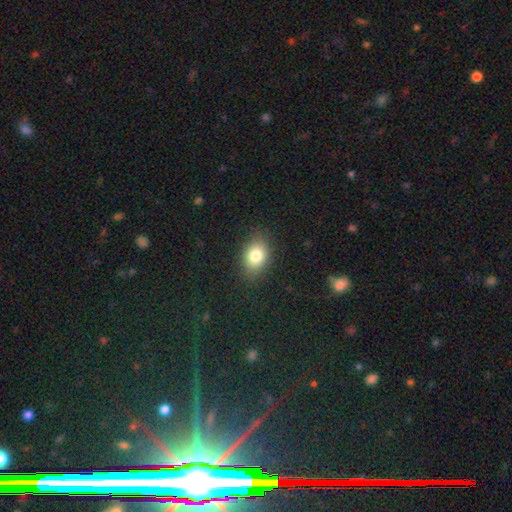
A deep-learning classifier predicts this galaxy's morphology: smooth_or_featured: smooth (p=0.80) [alt: star or artifact p=0.10]
how_rounded: in between (p=0.73) [alt: round p=0.26]
merging: none (p=0.83) [alt: minor disturbance p=0.12]